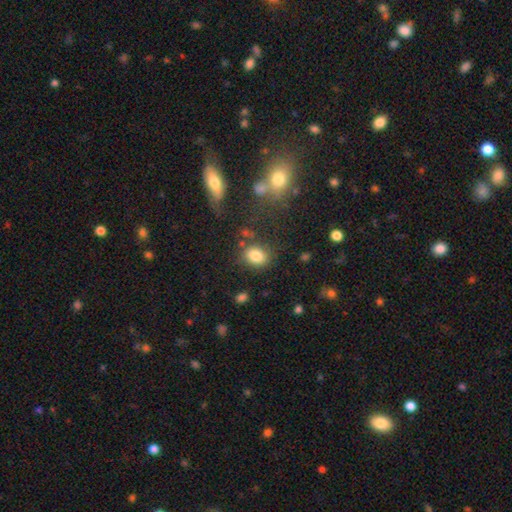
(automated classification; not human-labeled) Overall: smooth (83%). How rounded: in between (59%; round 40%). Merging: none (74%).